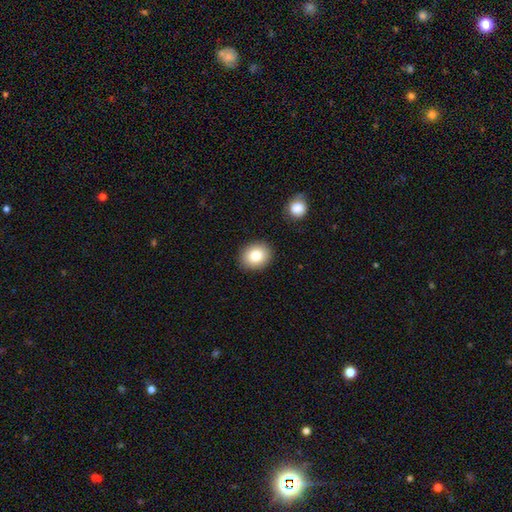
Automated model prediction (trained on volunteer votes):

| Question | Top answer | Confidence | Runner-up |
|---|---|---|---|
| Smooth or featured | smooth | 84% | star or artifact (9%) |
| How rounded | round | 62% | in between (37%) |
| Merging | none | 89% | minor disturbance (8%) |